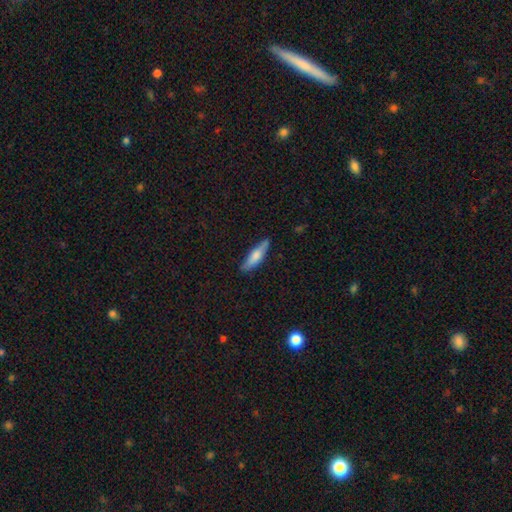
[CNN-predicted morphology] smooth_or_featured: smooth (p=0.66) [alt: featured or disk p=0.28]
how_rounded: cigar-shaped (p=0.71) [alt: in between p=0.27]
merging: none (p=0.81) [alt: minor disturbance p=0.15]